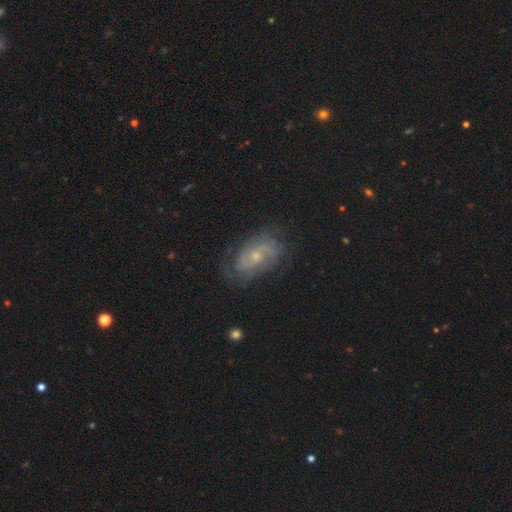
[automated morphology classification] featured or disk 70%, smooth 18%, star or artifact 11%. Down the decision tree: edge-on disk — no (95%); bar — no (58%); spiral arms — yes (88%); spiral arm count — 2 (47%); spiral winding — tight (45%); bulge size — small (60%); merging — none (74%).